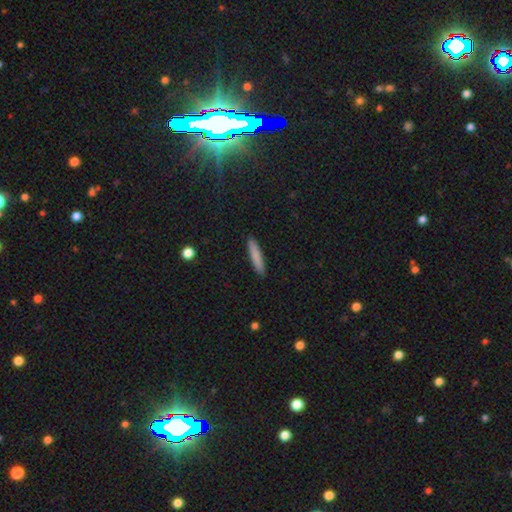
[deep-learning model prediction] smooth 83%, featured or disk 10%, star or artifact 6%. Down the decision tree: how rounded — cigar-shaped (90%); merging — none (91%).